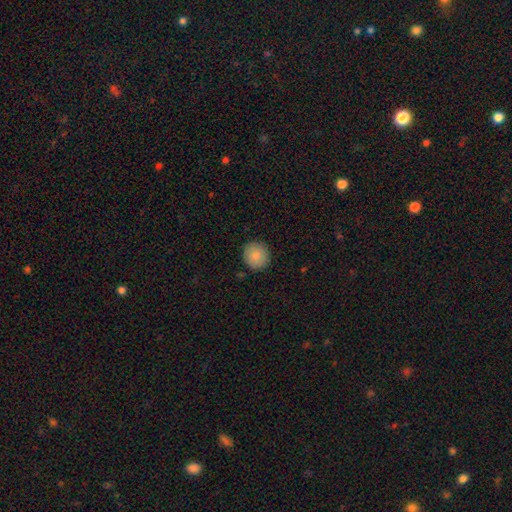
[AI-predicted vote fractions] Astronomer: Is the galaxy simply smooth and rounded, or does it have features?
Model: smooth — 87%.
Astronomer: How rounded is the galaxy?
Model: round — 91%.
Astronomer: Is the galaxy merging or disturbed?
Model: none — 89%.